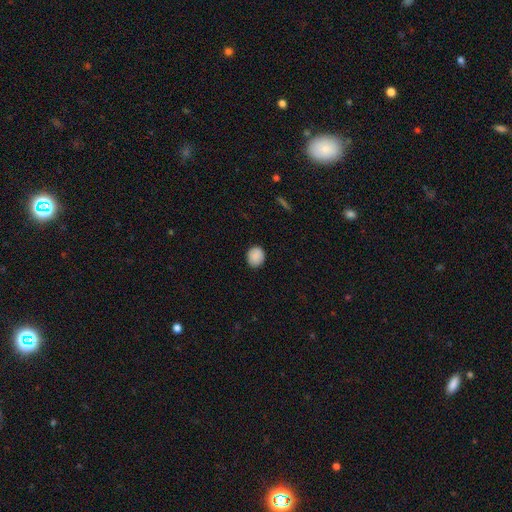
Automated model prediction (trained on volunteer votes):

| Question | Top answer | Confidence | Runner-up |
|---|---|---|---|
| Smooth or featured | smooth | 89% | star or artifact (8%) |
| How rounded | round | 75% | in between (24%) |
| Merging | none | 89% | minor disturbance (9%) |